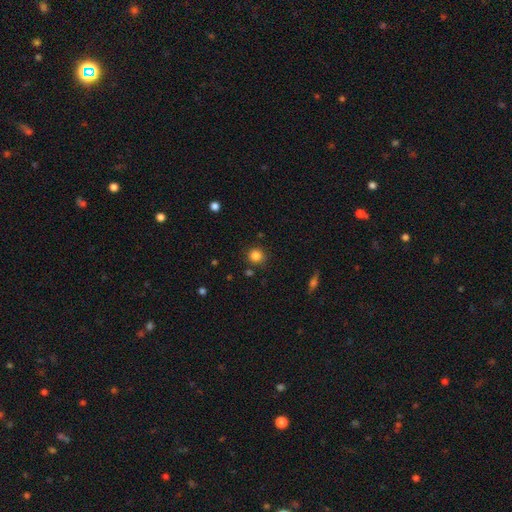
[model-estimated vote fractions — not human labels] The model was most divided on "smooth or featured": smooth: 84%, star or artifact: 12%, featured or disk: 4%. More confident: how rounded — round (91%); merging — none (85%).